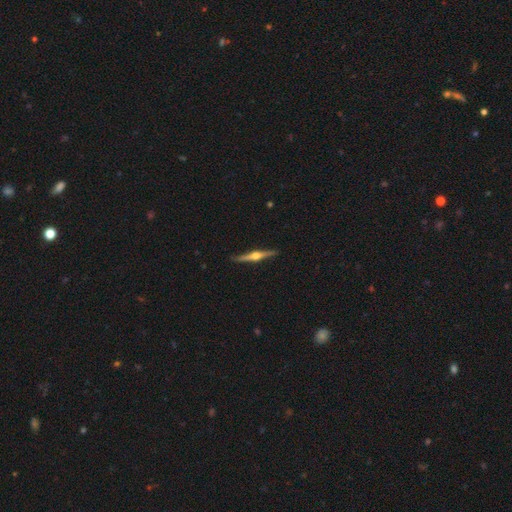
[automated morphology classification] type=featured or disk (82%); edge-on=yes (98%); edge-on bulge=rounded (96%); merging=none (91%).